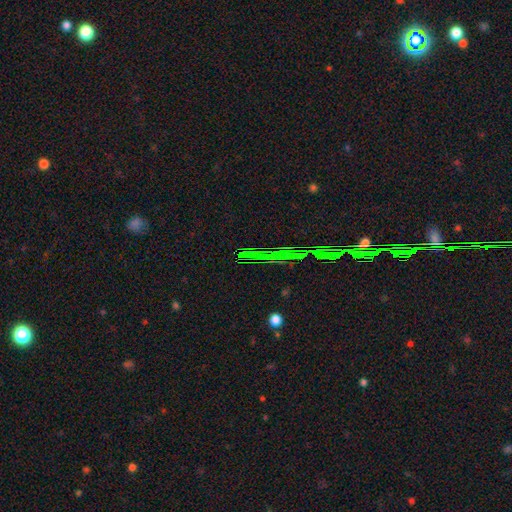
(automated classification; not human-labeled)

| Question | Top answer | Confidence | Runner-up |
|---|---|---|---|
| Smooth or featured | star or artifact | 76% | smooth (12%) |